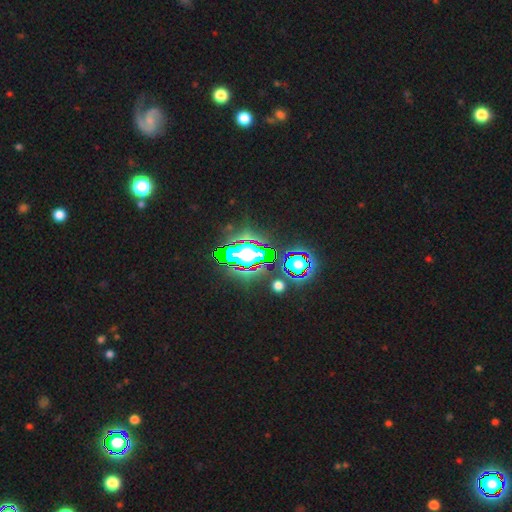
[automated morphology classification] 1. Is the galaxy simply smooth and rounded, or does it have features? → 77% star or artifact, 12% featured or disk, 11% smooth.